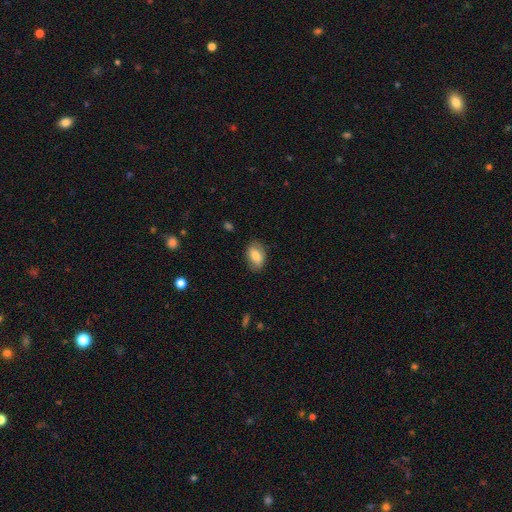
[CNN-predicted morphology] Smooth or featured? Predicted: smooth (p=0.78). How rounded? Predicted: in between (p=0.89). Merging? Predicted: none (p=0.77).